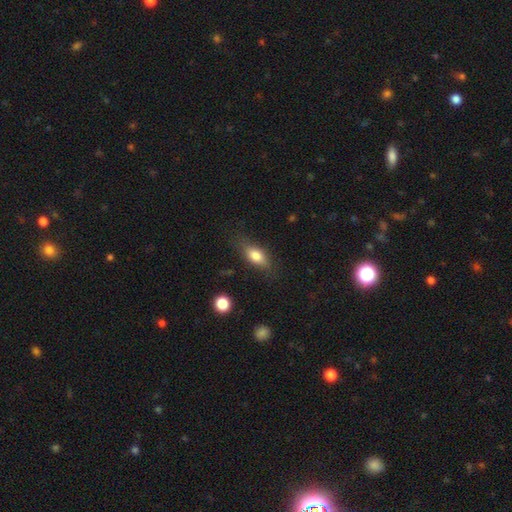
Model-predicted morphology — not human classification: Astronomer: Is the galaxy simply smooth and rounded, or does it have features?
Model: smooth — 77%.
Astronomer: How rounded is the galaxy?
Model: in between — 80%.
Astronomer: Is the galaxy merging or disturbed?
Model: none — 74%.